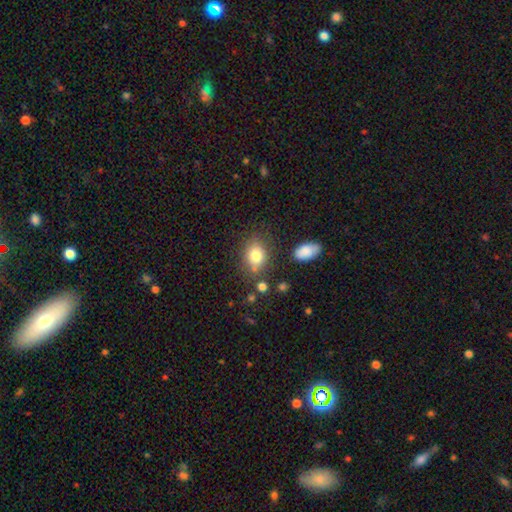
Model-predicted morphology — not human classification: This appears to be a smooth galaxy with no disk features (81%) that is in between round and cigar-shaped (59%). Merging: none (70%).